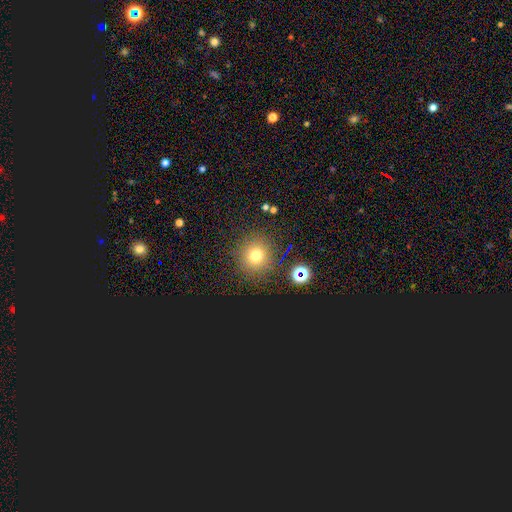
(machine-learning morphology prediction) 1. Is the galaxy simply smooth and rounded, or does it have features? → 69% smooth, 22% star or artifact, 9% featured or disk.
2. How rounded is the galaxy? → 92% round, 7% in between, 1% cigar-shaped.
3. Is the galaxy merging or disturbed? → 87% none, 7% minor disturbance, 3% major disturbance, 3% merger.